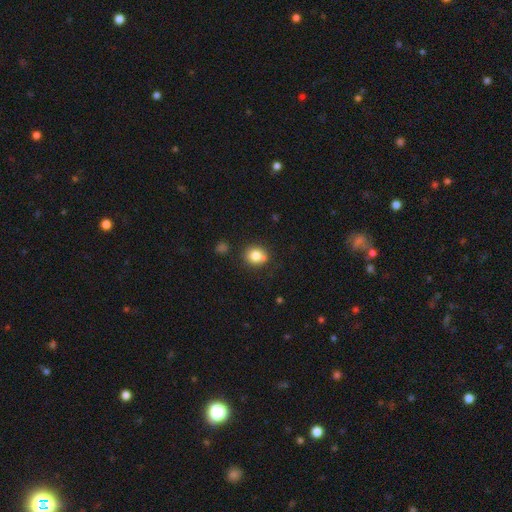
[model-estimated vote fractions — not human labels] This is clearly a smooth galaxy (80%). How rounded: likely round (76%). Merging: likely none (72%).